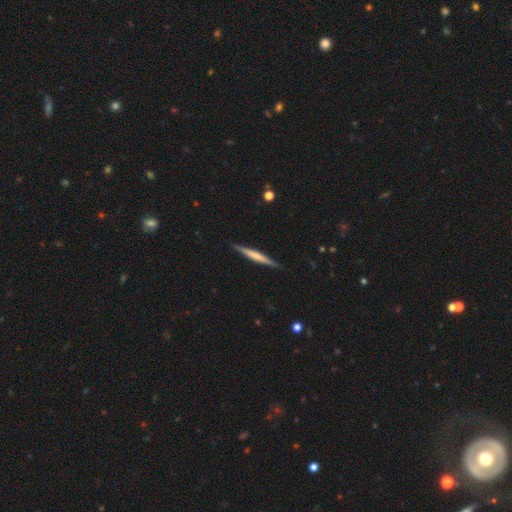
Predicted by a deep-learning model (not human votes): A featured or disk galaxy (53%) viewed edge-on (97%) with no central bulge (54%). Merging: none (90%).